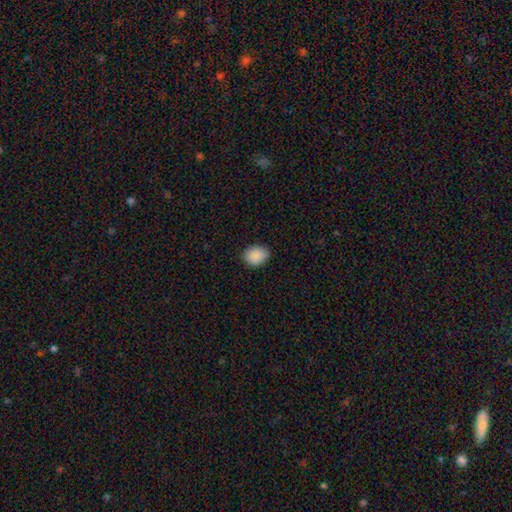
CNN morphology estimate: smooth_or_featured: smooth (p=0.89) [alt: star or artifact p=0.08]
how_rounded: in between (p=0.50) [alt: round p=0.49]
merging: none (p=0.81) [alt: minor disturbance p=0.15]